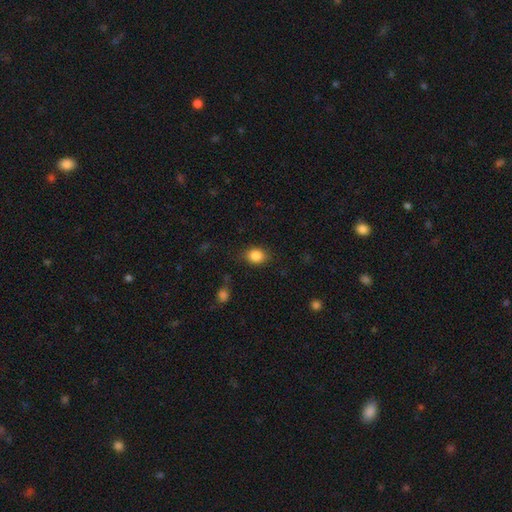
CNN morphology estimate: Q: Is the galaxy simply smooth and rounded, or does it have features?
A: smooth — 85%.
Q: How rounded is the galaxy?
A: in between — 50%.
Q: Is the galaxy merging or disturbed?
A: none — 81%.